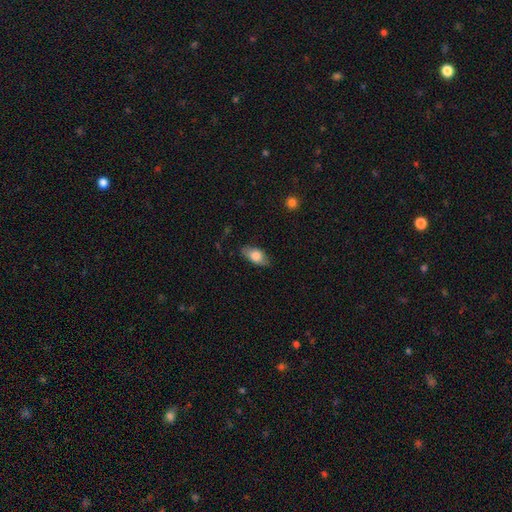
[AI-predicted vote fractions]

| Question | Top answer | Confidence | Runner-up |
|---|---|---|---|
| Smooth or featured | smooth | 75% | featured or disk (18%) |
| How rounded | in between | 87% | cigar-shaped (8%) |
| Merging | none | 80% | minor disturbance (16%) |